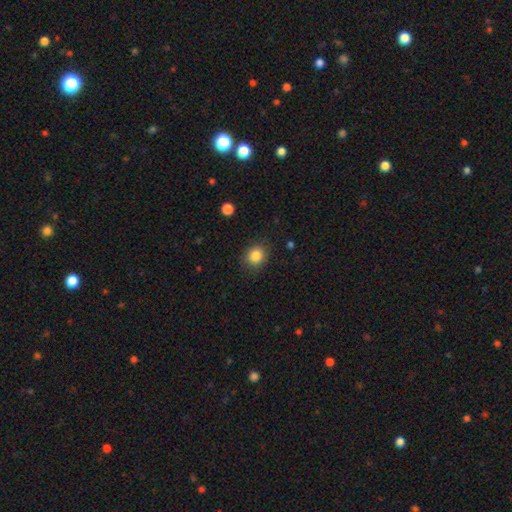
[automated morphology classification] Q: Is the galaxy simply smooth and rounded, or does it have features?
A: smooth — 85%.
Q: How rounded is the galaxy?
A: round — 69%.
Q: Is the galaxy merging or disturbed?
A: none — 85%.